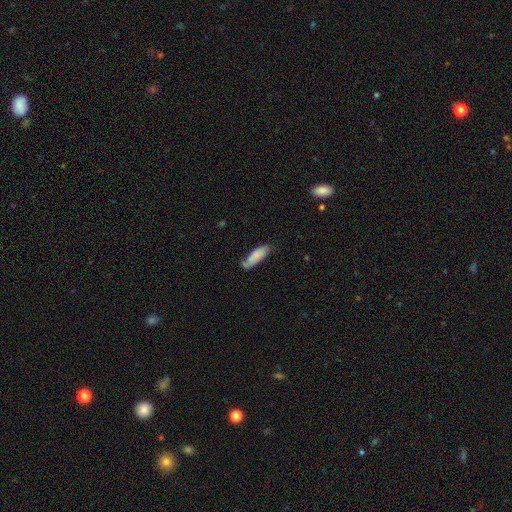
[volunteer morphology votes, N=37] smooth-or-featured: smooth: 73% | featured or disk: 24% | star or artifact: 3%
  how-rounded: in between: 67% | cigar-shaped: 30% | round: 4%
  merging: none: 50% | minor disturbance: 33% | major disturbance: 8% | merger: 8%